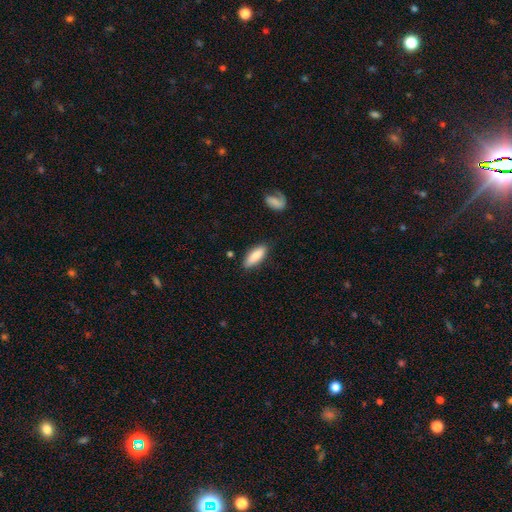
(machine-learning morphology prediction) Smooth or featured? smooth (84%)
How rounded? in between (69%)
Merging? none (82%)